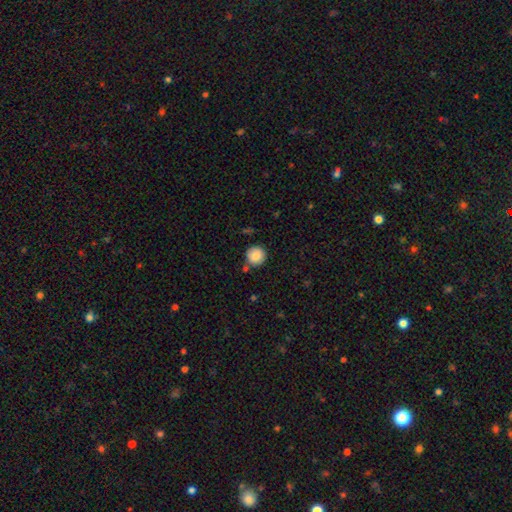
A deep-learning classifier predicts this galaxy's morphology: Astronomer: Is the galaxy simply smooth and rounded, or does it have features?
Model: smooth — 87%.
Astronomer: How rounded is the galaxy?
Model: round — 94%.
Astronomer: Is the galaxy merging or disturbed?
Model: none — 83%.